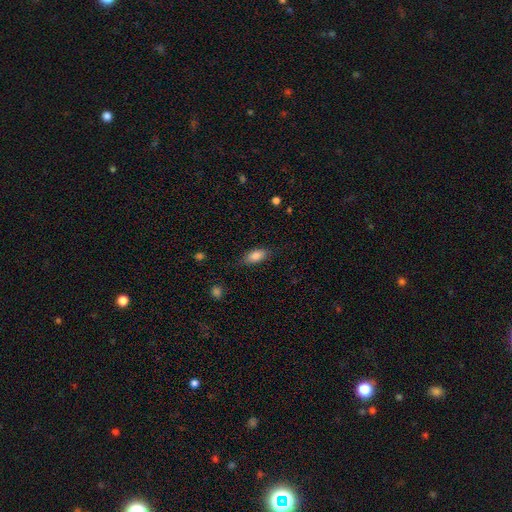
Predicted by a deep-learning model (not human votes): Overall: smooth (85%). How rounded: in between (87%). Merging: none (80%).